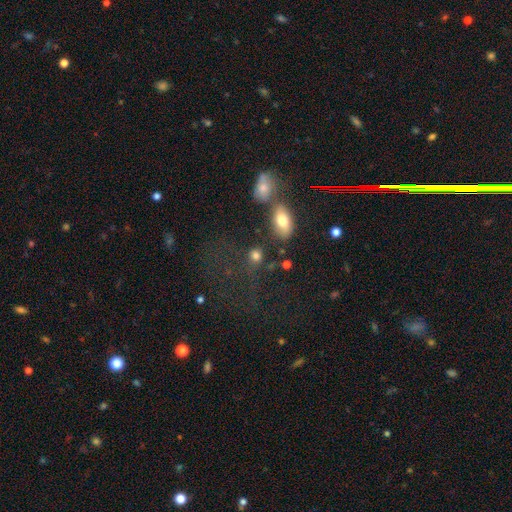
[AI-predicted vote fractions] smooth_or_featured: smooth (p=0.81) [alt: star or artifact p=0.11]
how_rounded: round (p=0.61) [alt: in between p=0.36]
merging: none (p=0.62) [alt: merger p=0.15]